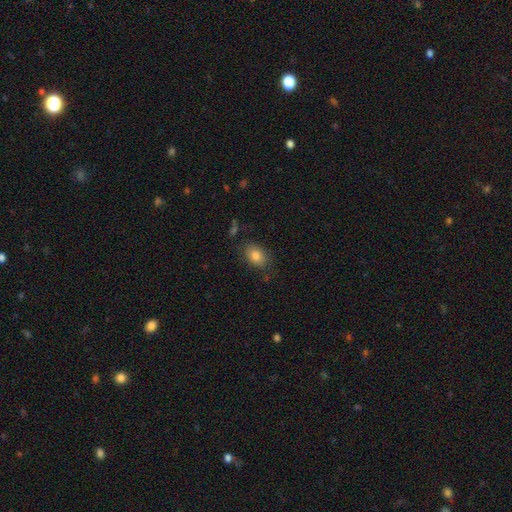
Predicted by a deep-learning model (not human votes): A smooth galaxy with no disk features (81%) that is in between round and cigar-shaped (75%).

Vote fractions:
- Smooth or featured? smooth: 81% / featured or disk: 10% / star or artifact: 9%
- How rounded? in between: 75% / round: 24% / cigar-shaped: 1%
- Merging? none: 78% / minor disturbance: 15% / major disturbance: 4% / merger: 2%